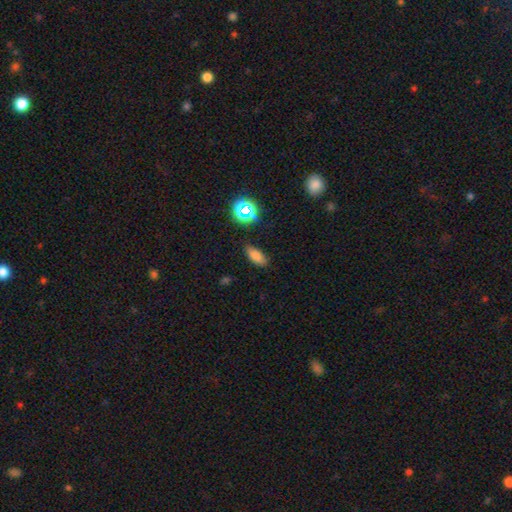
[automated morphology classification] smooth 76%, star or artifact 16%, featured or disk 8%. Down the decision tree: how rounded — in between (84%); merging — none (85%).